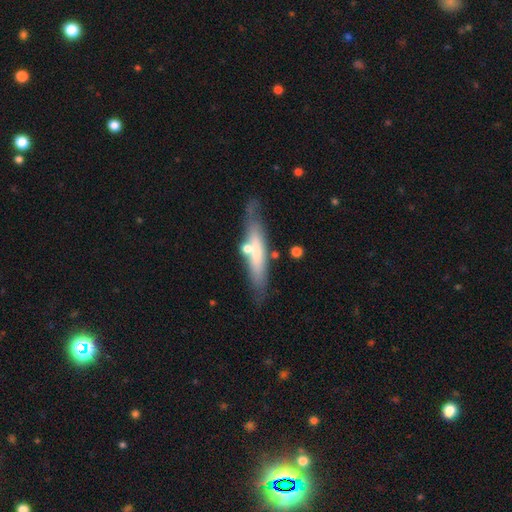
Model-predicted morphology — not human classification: smooth 53%, featured or disk 41%, star or artifact 7%. Down the decision tree: how rounded — cigar-shaped (79%); merging — none (62%).